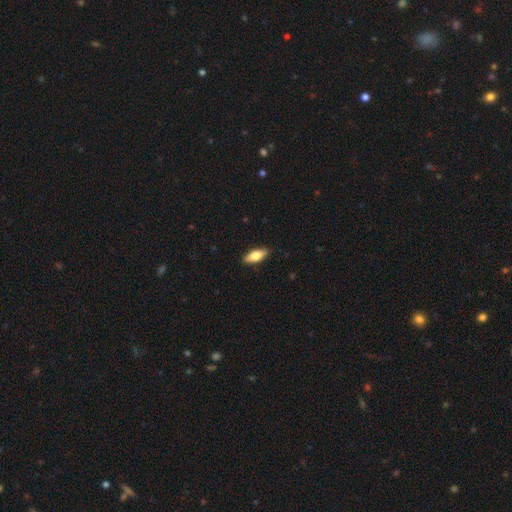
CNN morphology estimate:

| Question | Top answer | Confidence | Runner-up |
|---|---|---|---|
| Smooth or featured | smooth | 70% | featured or disk (24%) |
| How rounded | in between | 73% | cigar-shaped (25%) |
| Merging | none | 88% | minor disturbance (9%) |